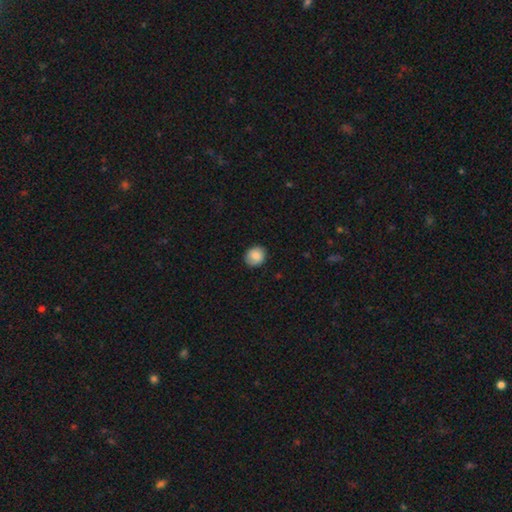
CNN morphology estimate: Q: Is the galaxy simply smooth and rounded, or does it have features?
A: smooth — 85%.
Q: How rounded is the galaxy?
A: round — 77%.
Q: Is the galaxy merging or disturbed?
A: none — 84%.